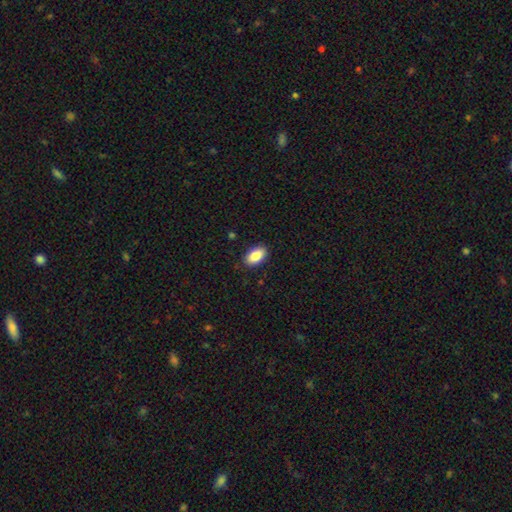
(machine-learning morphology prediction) Overall: smooth (86%). How rounded: in between (93%). Merging: none (89%).